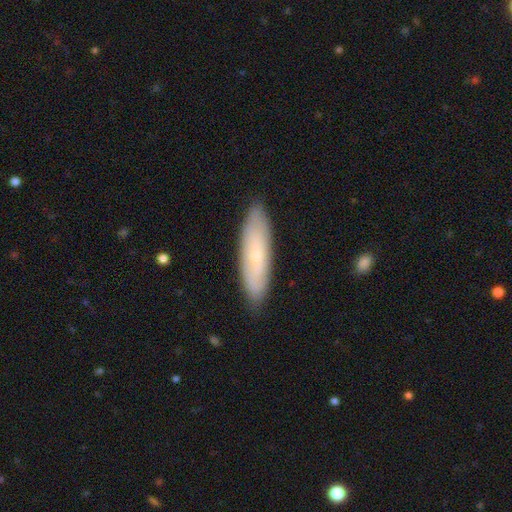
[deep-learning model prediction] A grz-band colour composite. It shows a smooth galaxy with no disk features (56%) that is cigar-shaped (64%). Merging: none (87%).